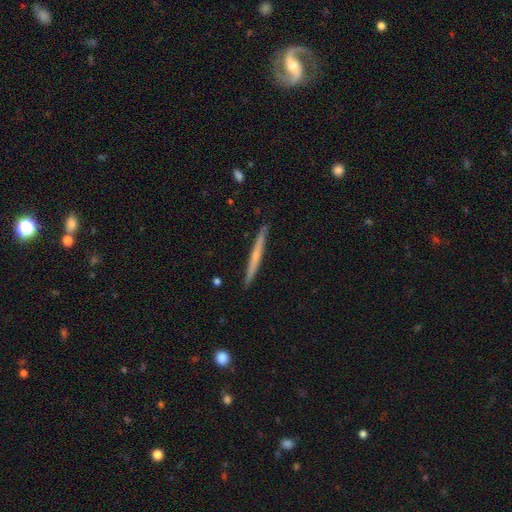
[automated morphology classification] The model was most divided on "smooth or featured": featured or disk: 49%, smooth: 46%, star or artifact: 5%. More confident: merging — none (91%).